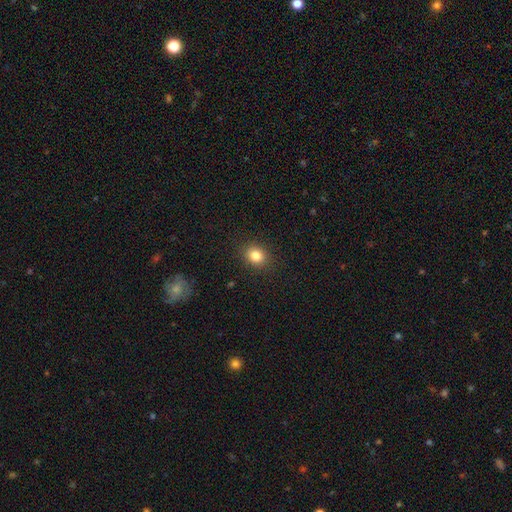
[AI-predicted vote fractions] Q: Smooth or featured?
A: smooth (84%); runner-up: star or artifact (11%)
Q: How rounded?
A: round (62%); runner-up: in between (37%)
Q: Merging?
A: none (89%); runner-up: minor disturbance (8%)